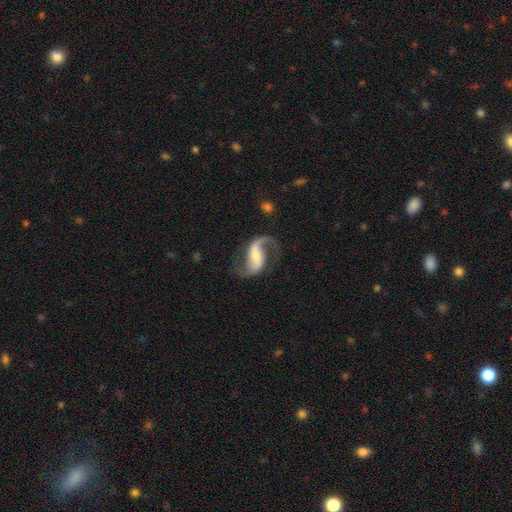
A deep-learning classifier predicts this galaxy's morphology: This appears to be a featured or disk galaxy (89%) with a strong bar (39%), 2 (87%) loose (70%) spiral arms (97%) and a small central bulge (41%). Merging: none (71%).